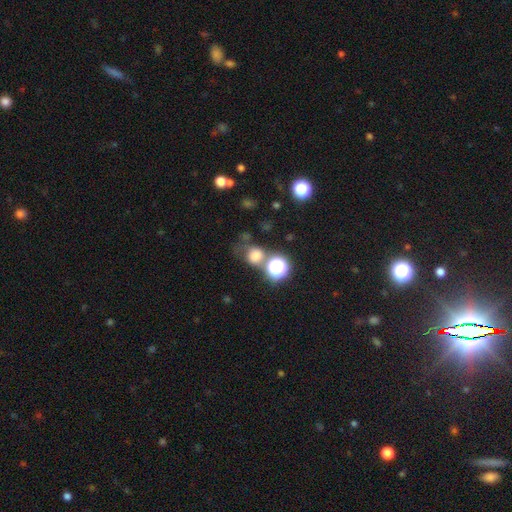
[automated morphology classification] smooth-or-featured: smooth: 70% | star or artifact: 20% | featured or disk: 10%
  how-rounded: round: 77% | in between: 22% | cigar-shaped: 1%
  merging: none: 50% | merger: 24% | minor disturbance: 15% | major disturbance: 11%